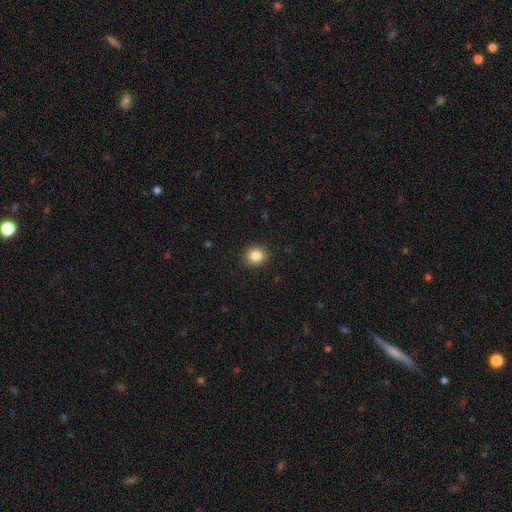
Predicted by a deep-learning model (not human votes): This appears to be a smooth galaxy with no disk features (85%) that is round (83%). Merging: none (91%).